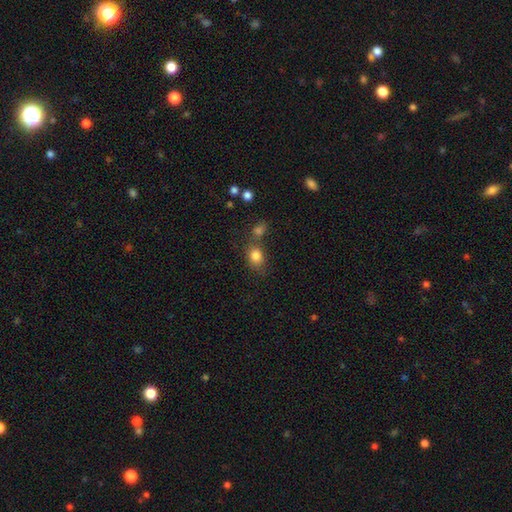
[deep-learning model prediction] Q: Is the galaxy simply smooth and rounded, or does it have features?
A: smooth — 82%.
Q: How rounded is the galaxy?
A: in between — 51%.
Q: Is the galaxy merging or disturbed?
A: none — 54%.